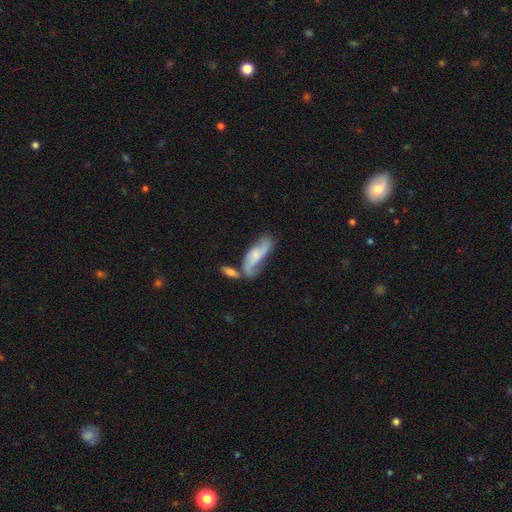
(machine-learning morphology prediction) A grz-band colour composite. It shows a featured or disk galaxy (66%) with no bar (54%), 2 (86%) loose (60%) spiral arms (90%) and a small central bulge (49%). Merging: none (41%).